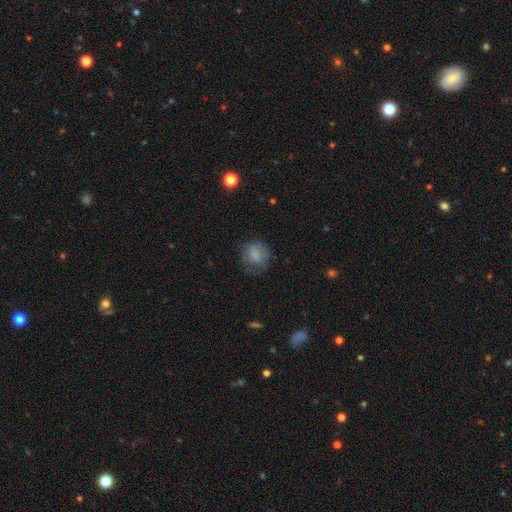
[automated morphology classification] Q: Smooth or featured?
A: smooth (80%); runner-up: featured or disk (10%)
Q: How rounded?
A: round (82%); runner-up: in between (17%)
Q: Merging?
A: none (68%); runner-up: minor disturbance (21%)